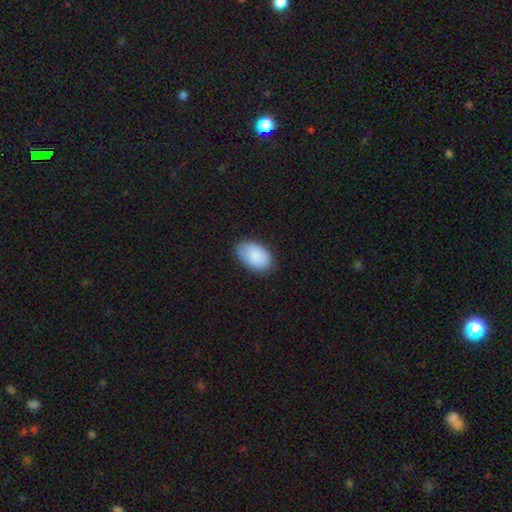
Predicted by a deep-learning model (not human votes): A smooth galaxy with no disk features (88%) that is in between round and cigar-shaped (92%). Merging: none (80%).